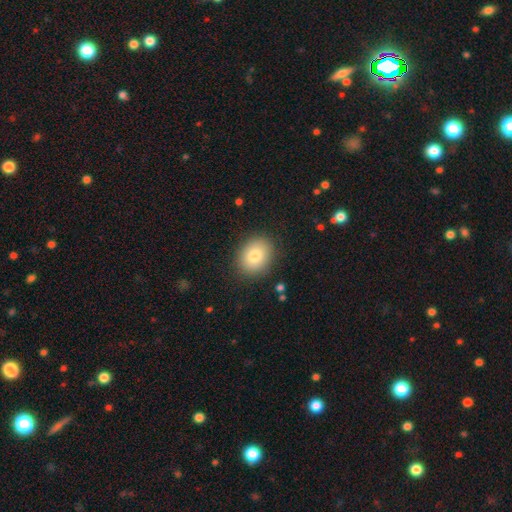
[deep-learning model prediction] The model was most divided on "how rounded": in between: 50%, round: 49%, cigar-shaped: 1%. More confident: merging — none (87%); smooth or featured — smooth (80%).